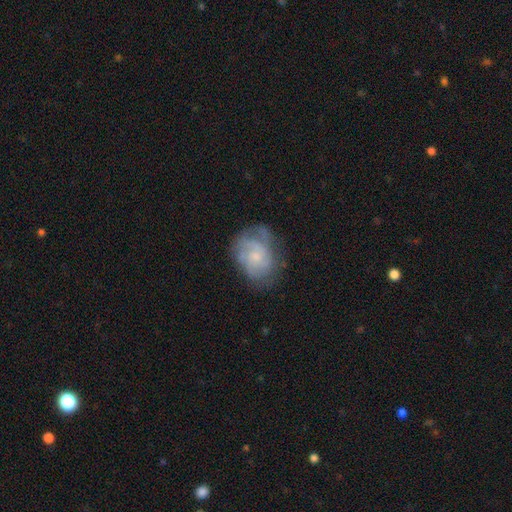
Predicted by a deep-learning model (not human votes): A featured or disk galaxy (66%) with no bar (73%), tight (48%) spiral arms (83%) and a small central bulge (58%). Merging: none (56%).